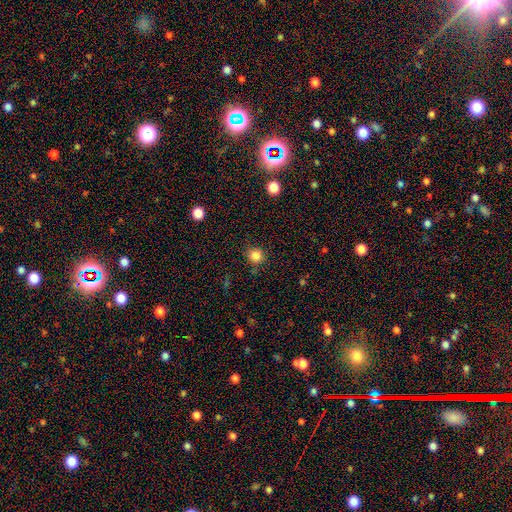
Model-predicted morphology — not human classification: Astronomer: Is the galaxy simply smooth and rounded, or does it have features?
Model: smooth — 84%.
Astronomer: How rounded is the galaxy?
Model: round — 90%.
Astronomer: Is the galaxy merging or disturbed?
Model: none — 85%.